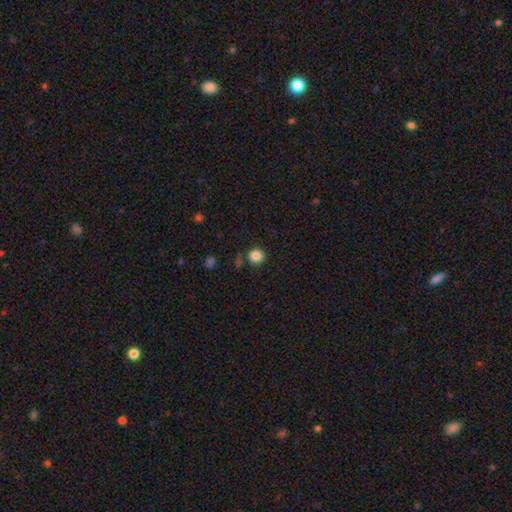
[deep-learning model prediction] Smooth or featured?
  - smooth: 85% *
  - star or artifact: 11%
  - featured or disk: 4%
How rounded?
  - round: 93% *
  - in between: 6%
  - cigar-shaped: 1%
Merging?
  - none: 82% *
  - minor disturbance: 9%
  - merger: 5%
  - major disturbance: 3%